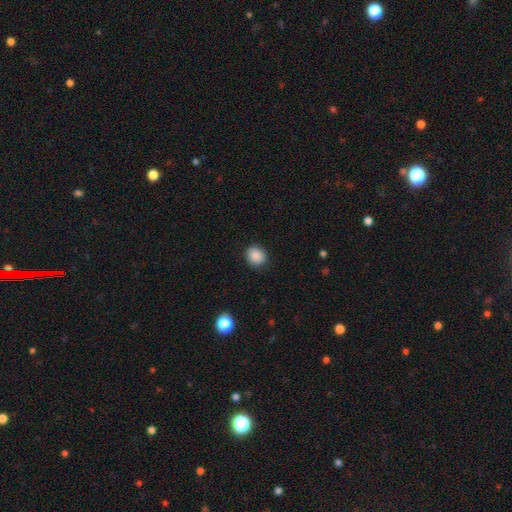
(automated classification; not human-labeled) Smooth or featured? Predicted: smooth (p=0.88). How rounded? Predicted: round (p=0.72). Merging? Predicted: none (p=0.89).